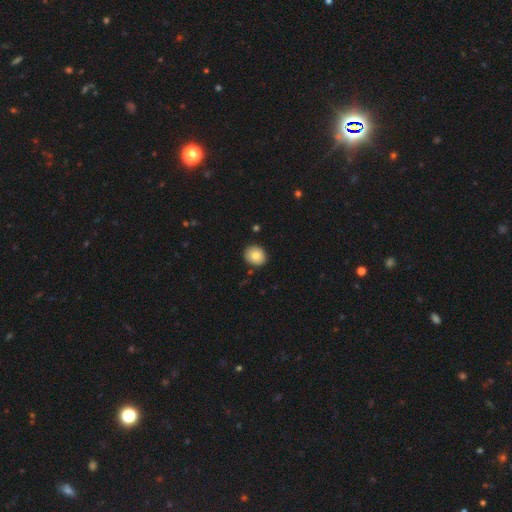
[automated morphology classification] smooth_or_featured: smooth (p=0.82) [alt: featured or disk p=0.10]
how_rounded: round (p=0.77) [alt: in between p=0.22]
merging: none (p=0.89) [alt: minor disturbance p=0.08]